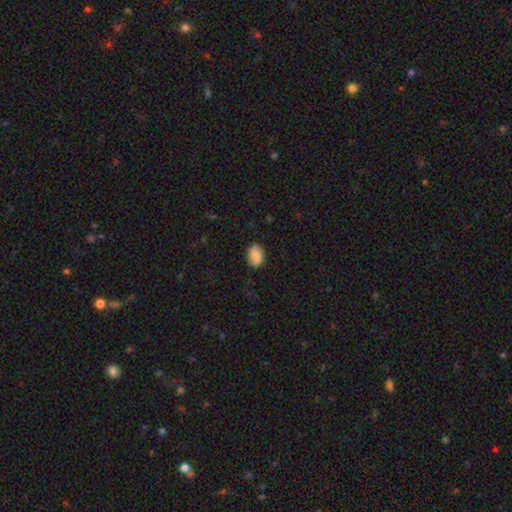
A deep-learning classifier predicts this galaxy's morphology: smooth_or_featured: smooth (p=0.79) [alt: featured or disk p=0.13]
how_rounded: in between (p=0.85) [alt: round p=0.14]
merging: none (p=0.80) [alt: minor disturbance p=0.15]